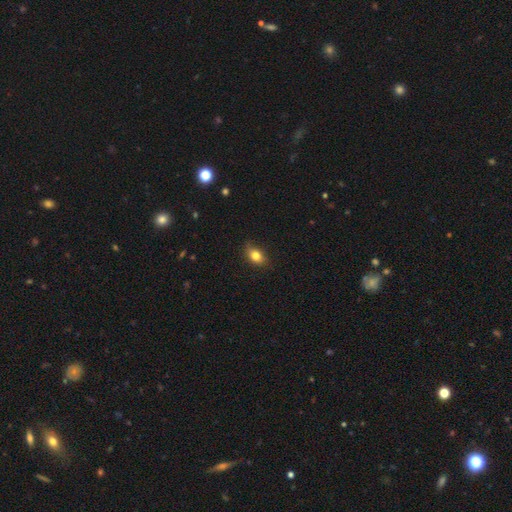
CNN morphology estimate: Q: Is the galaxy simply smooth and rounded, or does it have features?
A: smooth — 80%.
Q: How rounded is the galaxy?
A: in between — 76%.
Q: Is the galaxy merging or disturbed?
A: none — 74%.